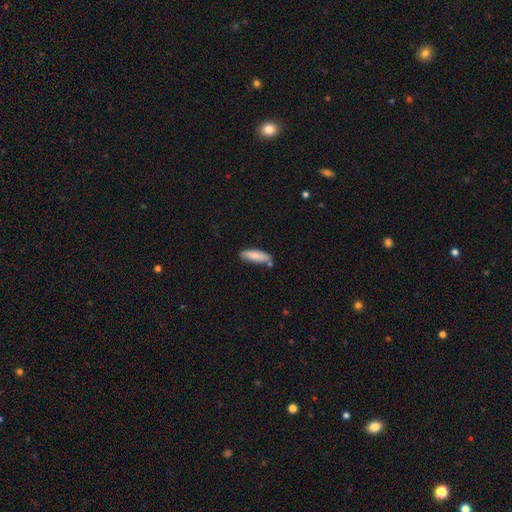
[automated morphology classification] smooth-or-featured: smooth: 83% | featured or disk: 11% | star or artifact: 6%
  how-rounded: cigar-shaped: 59% | in between: 39% | round: 2%
  merging: none: 75% | minor disturbance: 16% | merger: 7% | major disturbance: 3%